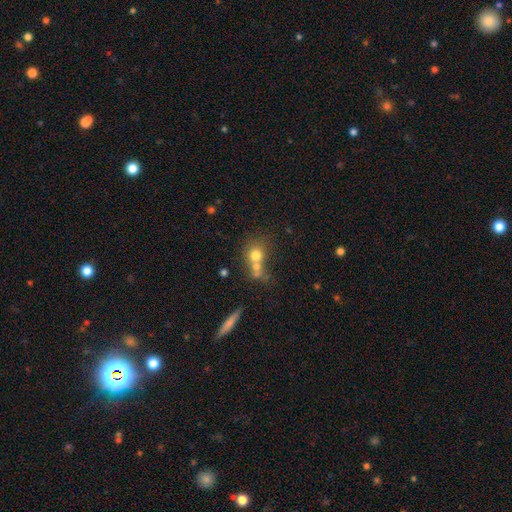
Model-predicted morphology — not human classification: A smooth galaxy with no disk features (70%) that is round (78%).

Vote fractions:
- Smooth or featured? smooth: 70% / featured or disk: 17% / star or artifact: 13%
- How rounded? round: 78% / in between: 20% / cigar-shaped: 1%
- Merging? merger: 52% / none: 33% / minor disturbance: 9% / major disturbance: 6%